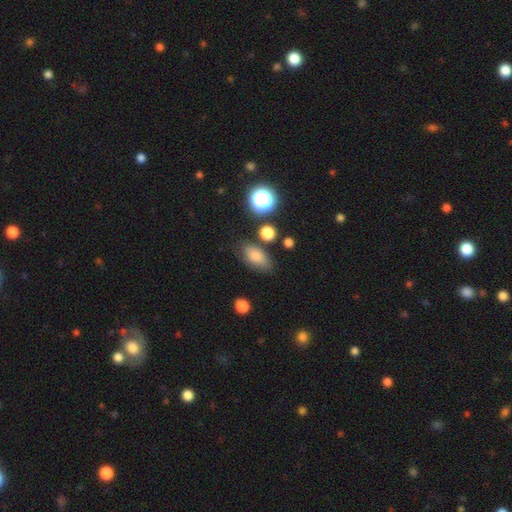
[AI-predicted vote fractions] smooth 79%, star or artifact 11%, featured or disk 10%. Down the decision tree: how rounded — in between (85%); merging — none (71%).